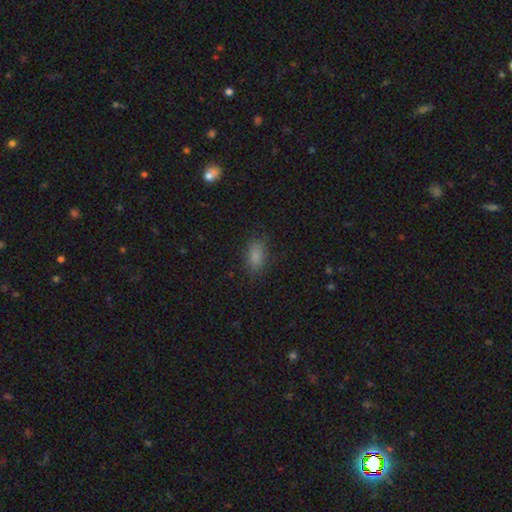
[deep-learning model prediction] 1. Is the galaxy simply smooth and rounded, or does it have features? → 84% smooth, 11% star or artifact, 5% featured or disk.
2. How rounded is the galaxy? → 88% in between, 8% round, 4% cigar-shaped.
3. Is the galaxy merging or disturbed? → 81% none, 13% minor disturbance, 4% major disturbance, 1% merger.